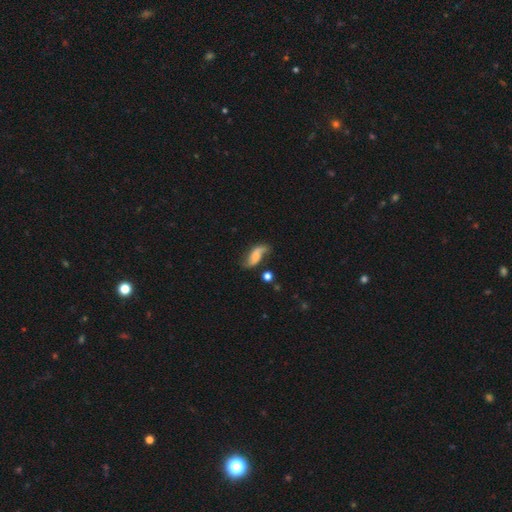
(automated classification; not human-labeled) smooth_or_featured: featured or disk (p=0.69) [alt: smooth p=0.23]
disk_edge_on: no (p=0.93) [alt: yes p=0.07]
bar: no (p=0.55) [alt: weak p=0.34]
has_spiral_arms: yes (p=0.93) [alt: no p=0.07]
spiral_winding: loose (p=0.78) [alt: medium p=0.17]
spiral_arm_count: 2 (p=0.88) [alt: 1 p=0.05]
bulge_size: small (p=0.42) [alt: moderate p=0.35]
merging: none (p=0.65) [alt: minor disturbance p=0.20]